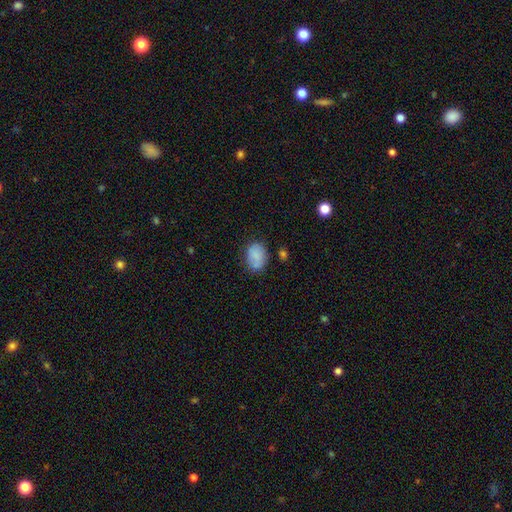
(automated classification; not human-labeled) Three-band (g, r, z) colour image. It shows a smooth galaxy with no disk features (81%) that is in between round and cigar-shaped (71%). Merging: none (65%).